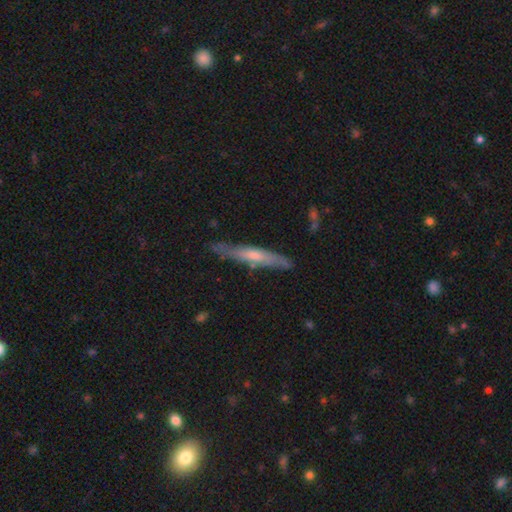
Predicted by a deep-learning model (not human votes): Smooth or featured?
  - featured or disk: 53% *
  - smooth: 42%
  - star or artifact: 6%
Edge-on disk?
  - yes: 80% *
  - no: 20%
Merging?
  - none: 75% *
  - minor disturbance: 19%
  - major disturbance: 4%
  - merger: 3%